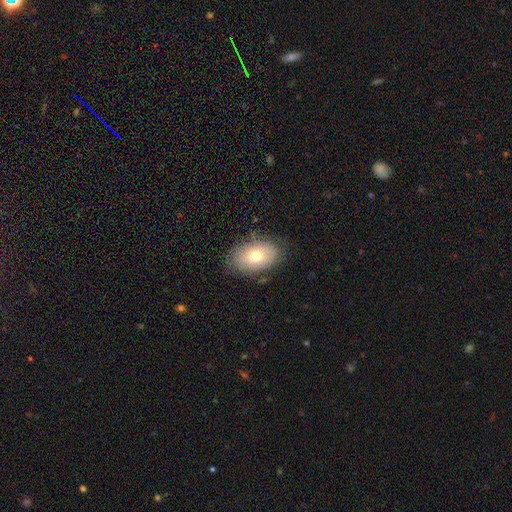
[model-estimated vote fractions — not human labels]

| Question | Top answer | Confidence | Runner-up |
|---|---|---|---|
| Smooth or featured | smooth | 73% | featured or disk (19%) |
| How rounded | in between | 88% | round (11%) |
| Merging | none | 79% | minor disturbance (16%) |